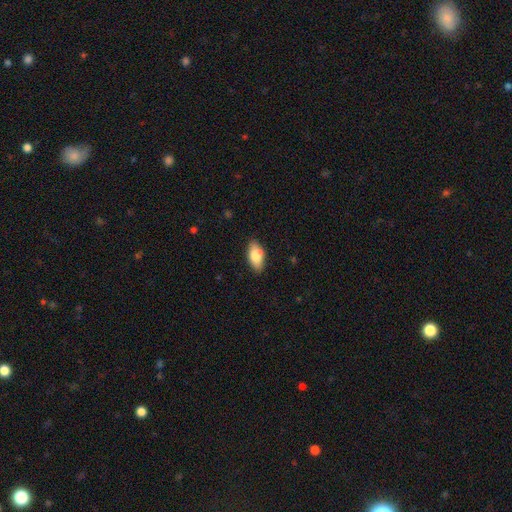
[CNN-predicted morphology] A smooth galaxy with no disk features (80%) that is in between round and cigar-shaped (90%). Merging: none (84%).